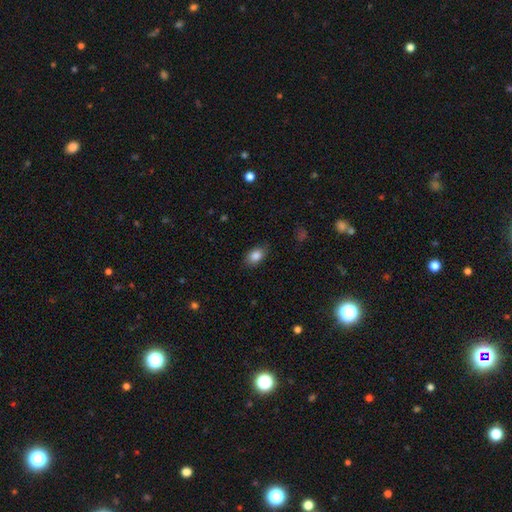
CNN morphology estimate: This is clearly a smooth galaxy (86%). How rounded: clearly in between (84%). Merging: clearly none (81%).